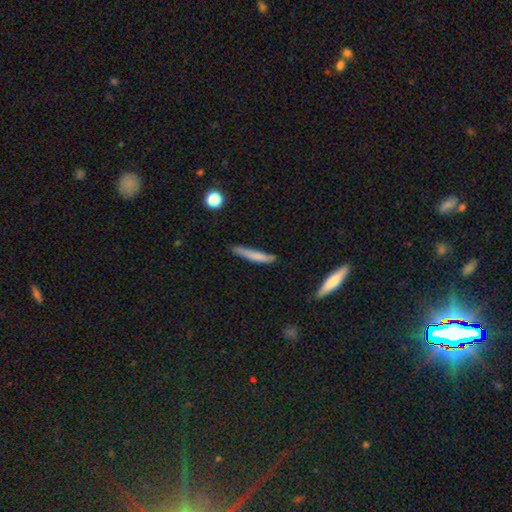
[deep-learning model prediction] smooth-or-featured: smooth: 73% | featured or disk: 21% | star or artifact: 6%
  how-rounded: cigar-shaped: 94% | in between: 5% | round: 2%
  merging: none: 79% | minor disturbance: 16% | major disturbance: 3% | merger: 2%